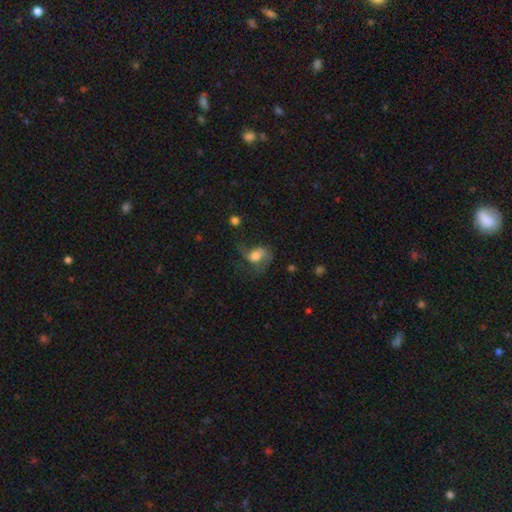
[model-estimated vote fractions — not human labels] smooth_or_featured: smooth (p=0.46) [alt: featured or disk p=0.45]
merging: major disturbance (p=0.41) [alt: none p=0.34]